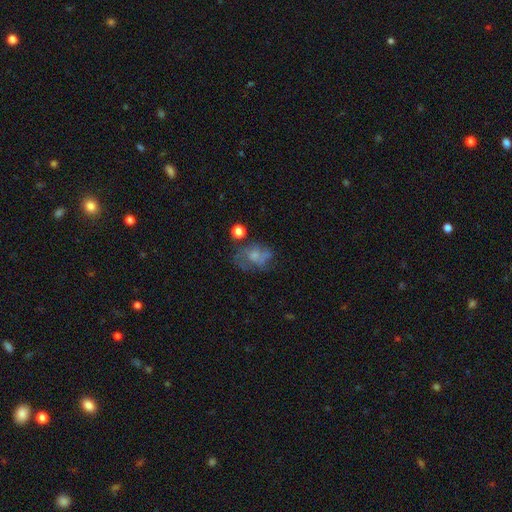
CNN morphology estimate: Smooth or featured?
  - featured or disk: 45% *
  - smooth: 41%
  - star or artifact: 15%
Merging?
  - none: 40% *
  - major disturbance: 29%
  - minor disturbance: 22%
  - merger: 9%